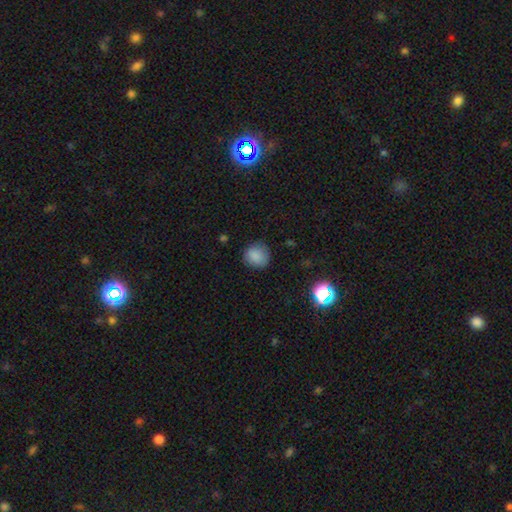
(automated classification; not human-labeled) This is clearly a smooth galaxy (85%). How rounded: clearly round (86%). Merging: clearly none (81%).